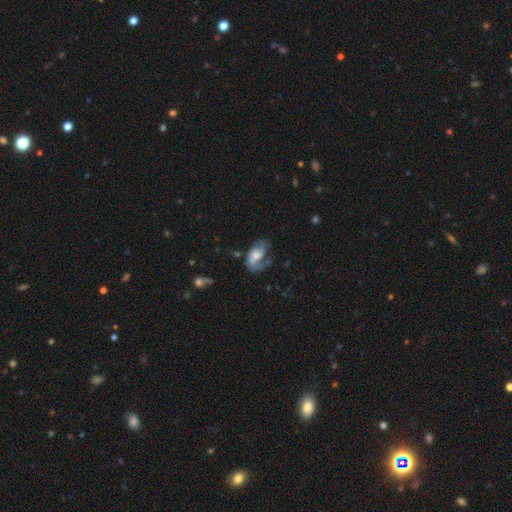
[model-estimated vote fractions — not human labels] A featured or disk galaxy (61%) with no bar (64%), spiral arms (80%) and a moderate central bulge (46%).

Vote fractions:
- Smooth or featured? featured or disk: 61% / smooth: 31% / star or artifact: 8%
- Edge-on disk? no: 96% / yes: 4%
- Bar? no: 64% / weak: 29% / strong: 7%
- Spiral arms? yes: 80% / no: 20%
- Bulge size? moderate: 46% / small: 29% / large: 14% / none: 9% / dominant: 2%
- Merging? none: 37% / major disturbance: 34% / minor disturbance: 24% / merger: 5%